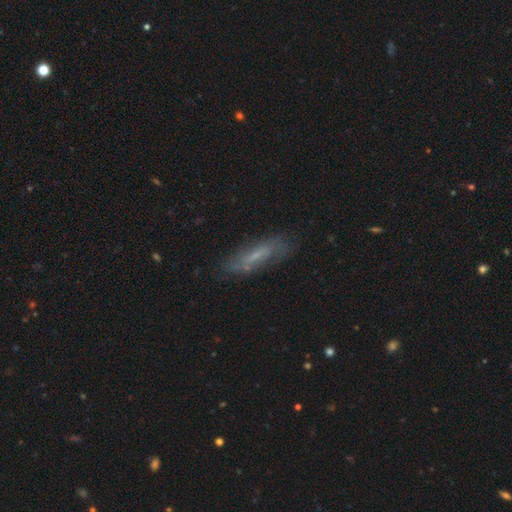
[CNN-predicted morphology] Smooth or featured?
  - featured or disk: 47% *
  - smooth: 43%
  - star or artifact: 9%
Merging?
  - none: 73% *
  - minor disturbance: 18%
  - major disturbance: 7%
  - merger: 2%